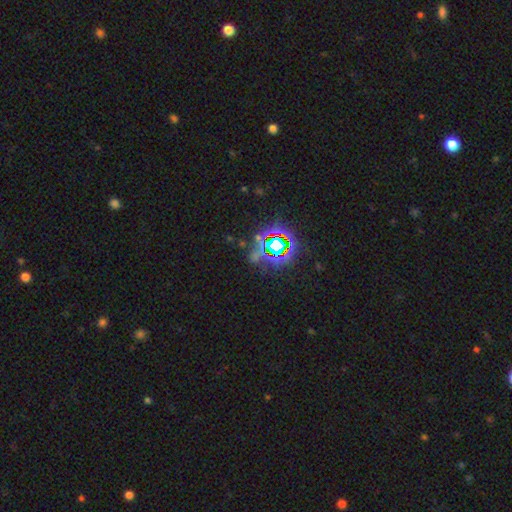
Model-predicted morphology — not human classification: This is likely a star or artifact rather than a galaxy (75%).